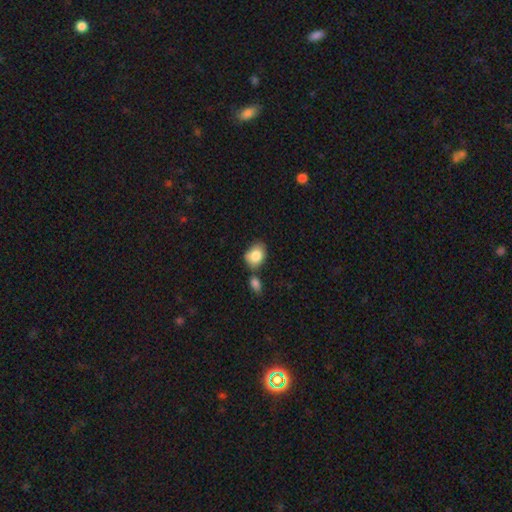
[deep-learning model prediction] This is clearly a smooth galaxy (84%). How rounded: likely in between (71%). Merging: possibly none (56%).